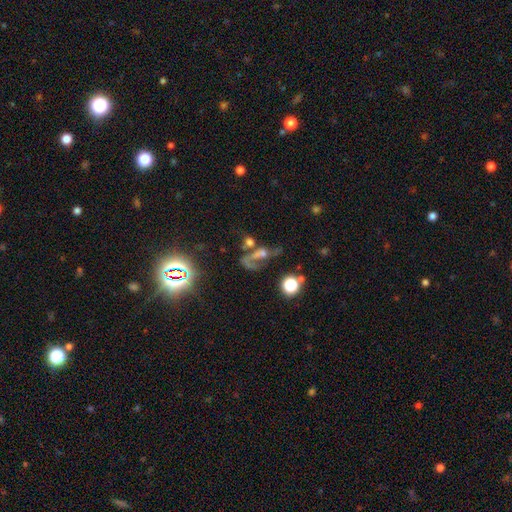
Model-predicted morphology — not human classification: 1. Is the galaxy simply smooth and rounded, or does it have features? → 44% star or artifact, 35% featured or disk, 22% smooth.